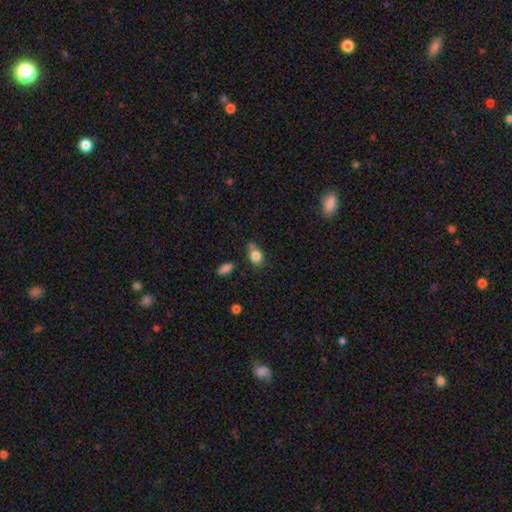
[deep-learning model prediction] Overall: smooth (83%). How rounded: in between (59%; round 40%). Merging: none (59%; minor disturbance 21%).